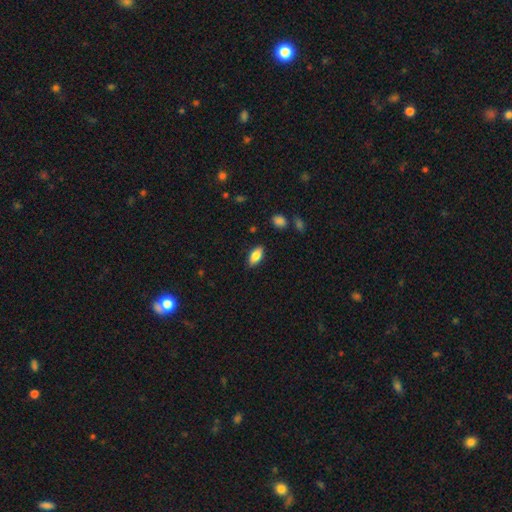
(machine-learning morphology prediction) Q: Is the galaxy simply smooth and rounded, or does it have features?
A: smooth — 79%.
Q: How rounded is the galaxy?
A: in between — 87%.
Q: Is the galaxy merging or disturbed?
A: none — 85%.